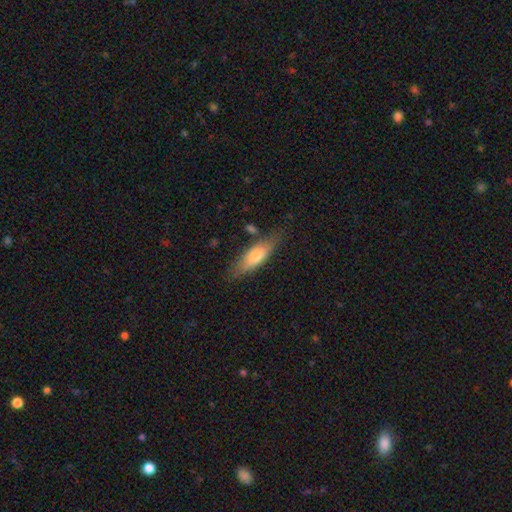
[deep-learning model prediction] smooth-or-featured: smooth: 67% | featured or disk: 27% | star or artifact: 6%
  how-rounded: in between: 51% | cigar-shaped: 47% | round: 2%
  merging: none: 74% | minor disturbance: 18% | major disturbance: 4% | merger: 4%